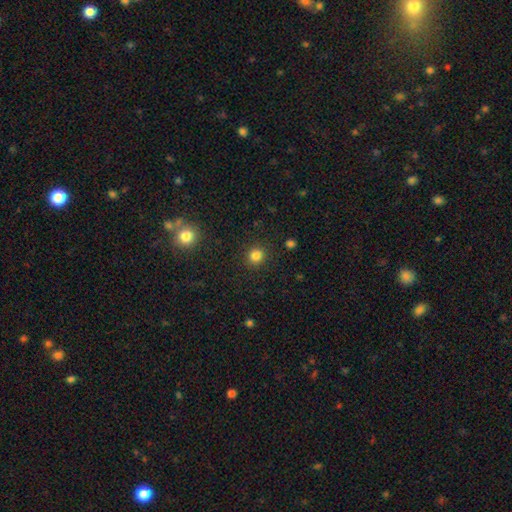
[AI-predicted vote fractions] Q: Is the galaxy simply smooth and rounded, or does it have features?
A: smooth — 83%.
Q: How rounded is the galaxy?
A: round — 88%.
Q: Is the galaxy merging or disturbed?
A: none — 89%.